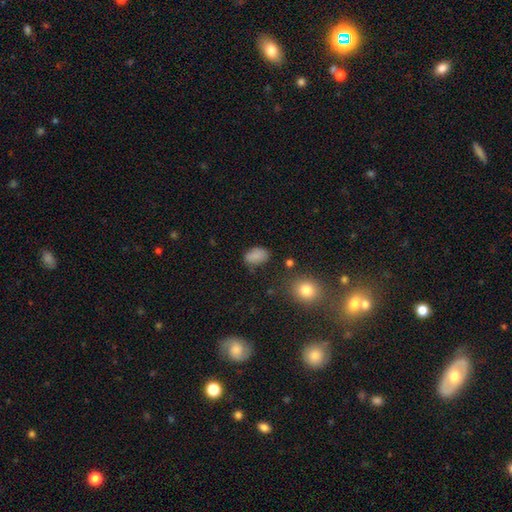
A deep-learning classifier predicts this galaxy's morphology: type=smooth (80%); roundness=in between (86%); merging=none (65%).